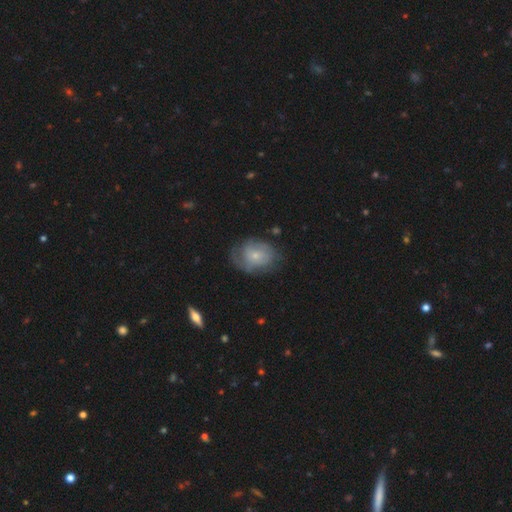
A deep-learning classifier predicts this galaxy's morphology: A featured or disk galaxy (50%). Merging: none (55%).